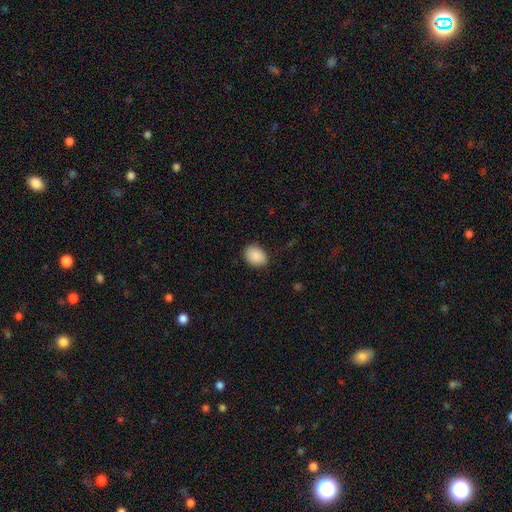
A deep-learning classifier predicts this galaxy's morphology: This is clearly a smooth galaxy (90%). How rounded: likely in between (68%). Merging: clearly none (84%).